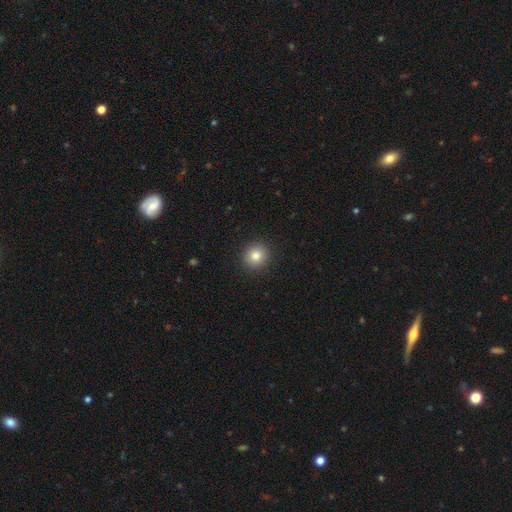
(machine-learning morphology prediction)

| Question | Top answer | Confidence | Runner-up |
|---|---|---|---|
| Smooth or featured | smooth | 83% | star or artifact (11%) |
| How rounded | round | 89% | in between (10%) |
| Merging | none | 92% | minor disturbance (5%) |